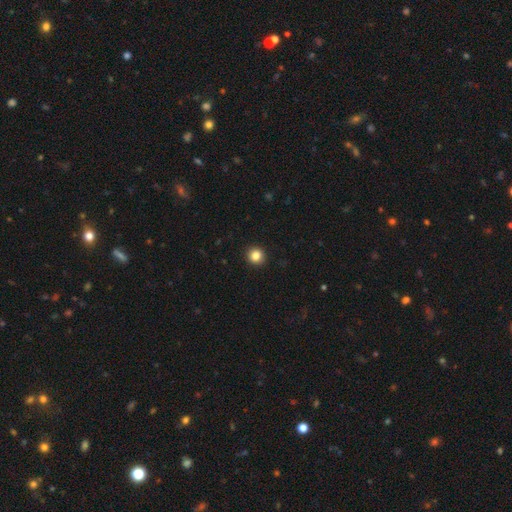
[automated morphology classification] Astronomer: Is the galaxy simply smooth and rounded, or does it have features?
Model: smooth — 84%.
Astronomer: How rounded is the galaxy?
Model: round — 93%.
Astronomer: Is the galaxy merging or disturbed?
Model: none — 93%.